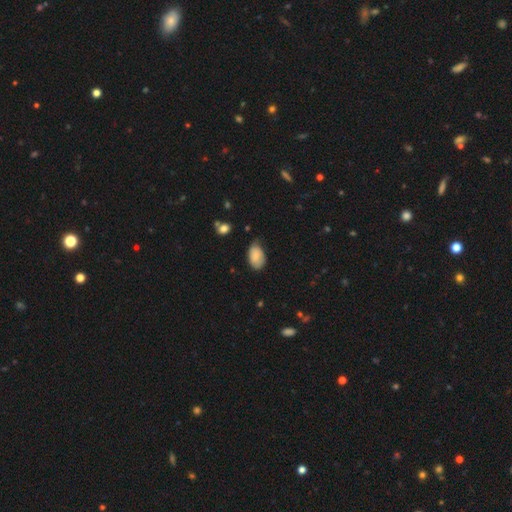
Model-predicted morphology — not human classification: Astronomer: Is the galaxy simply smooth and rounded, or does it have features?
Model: smooth — 84%.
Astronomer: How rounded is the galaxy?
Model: in between — 92%.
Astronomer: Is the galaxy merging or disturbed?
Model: none — 54% (runner-up: minor disturbance, 37%).